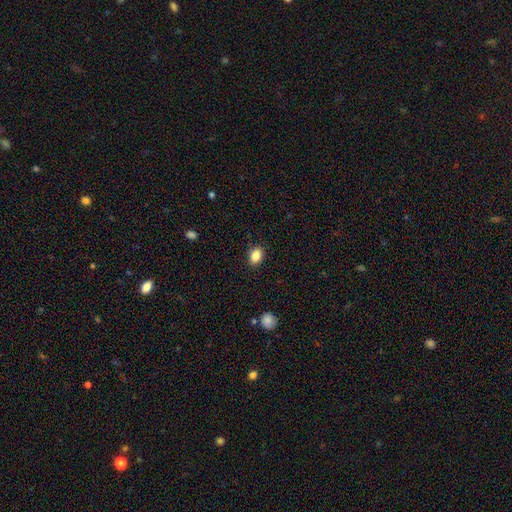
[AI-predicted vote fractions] The model was most divided on "how rounded": in between: 77%, round: 21%, cigar-shaped: 1%. More confident: merging — none (88%); smooth or featured — smooth (86%).